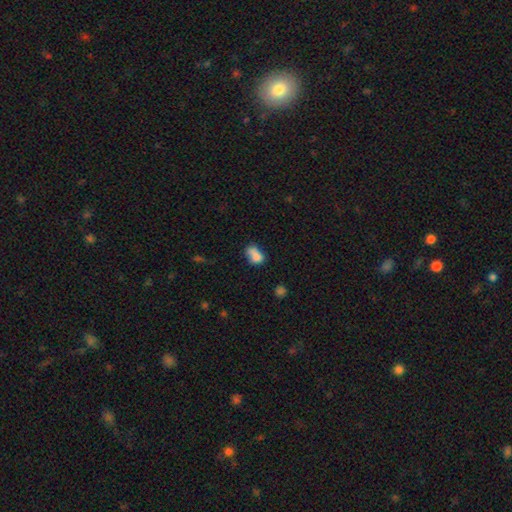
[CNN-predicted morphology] smooth_or_featured: smooth (p=0.74) [alt: featured or disk p=0.15]
how_rounded: in between (p=0.73) [alt: round p=0.25]
merging: merger (p=0.41) [alt: none p=0.29]